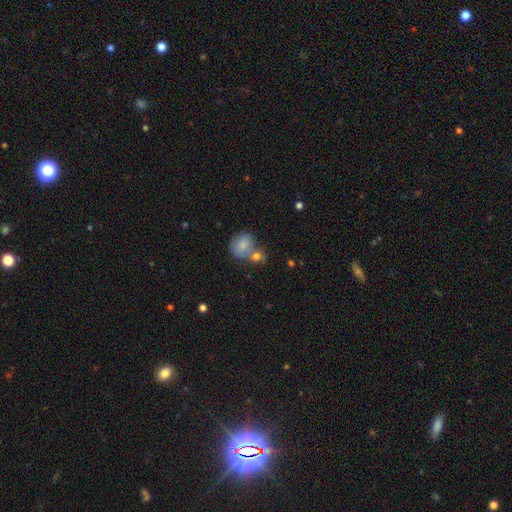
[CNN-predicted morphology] A smooth galaxy with no disk features (64%) that is round (63%). Merging: none (47%).